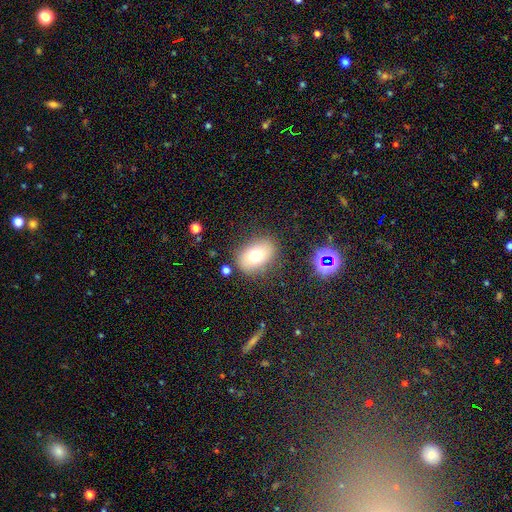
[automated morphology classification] A smooth galaxy with no disk features (72%) that is in between round and cigar-shaped (73%).

Vote fractions:
- Smooth or featured? smooth: 72% / featured or disk: 16% / star or artifact: 12%
- How rounded? in between: 73% / round: 26% / cigar-shaped: 1%
- Merging? none: 79% / minor disturbance: 13% / major disturbance: 4% / merger: 3%